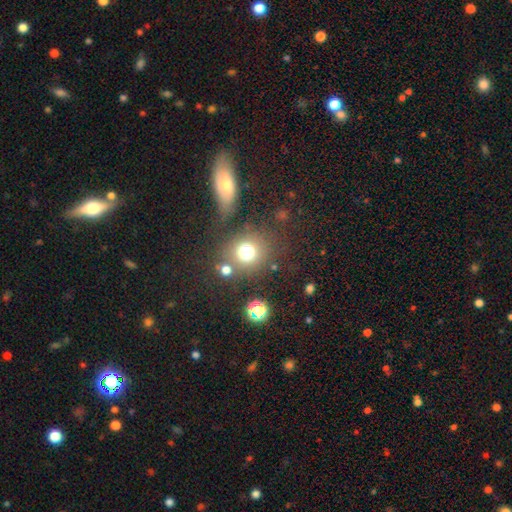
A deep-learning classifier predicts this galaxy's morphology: The model was most divided on "smooth or featured": smooth: 58%, star or artifact: 29%, featured or disk: 12%. More confident: how rounded — round (80%); merging — none (73%).